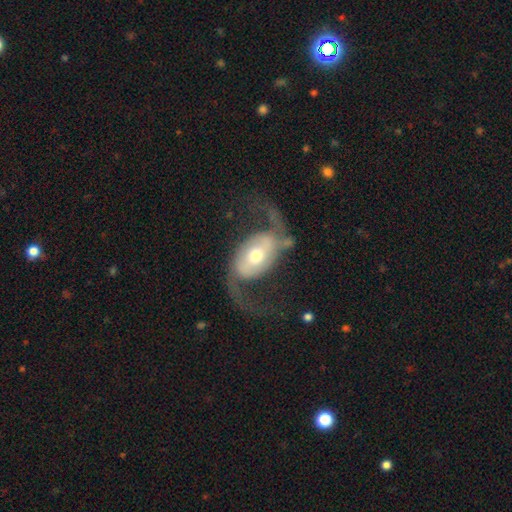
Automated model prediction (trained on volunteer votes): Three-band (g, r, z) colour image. It shows a featured or disk galaxy (85%) with no bar (46%), 2 (93%) loose (71%) spiral arms (93%) and a moderate central bulge (64%). Merging: none (61%).